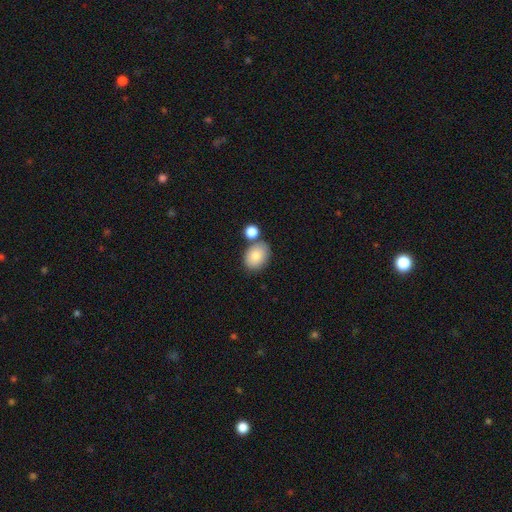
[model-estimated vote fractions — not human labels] This appears to be a smooth galaxy with no disk features (81%) that is in between round and cigar-shaped (61%). Merging: none (66%).